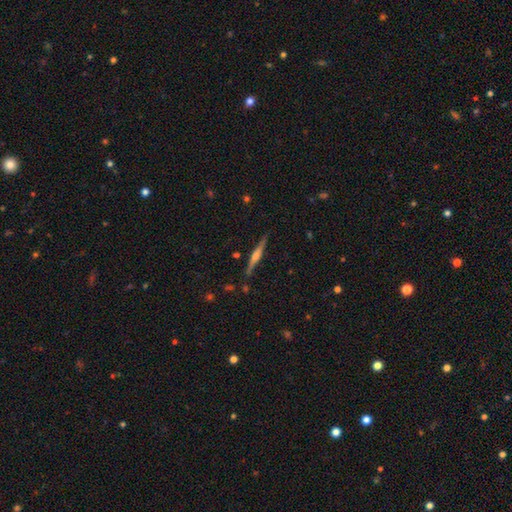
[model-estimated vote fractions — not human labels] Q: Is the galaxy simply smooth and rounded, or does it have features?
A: featured or disk — 78%.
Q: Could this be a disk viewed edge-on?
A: yes — 98%.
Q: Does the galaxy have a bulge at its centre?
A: rounded — 75%.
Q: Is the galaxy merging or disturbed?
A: none — 89%.